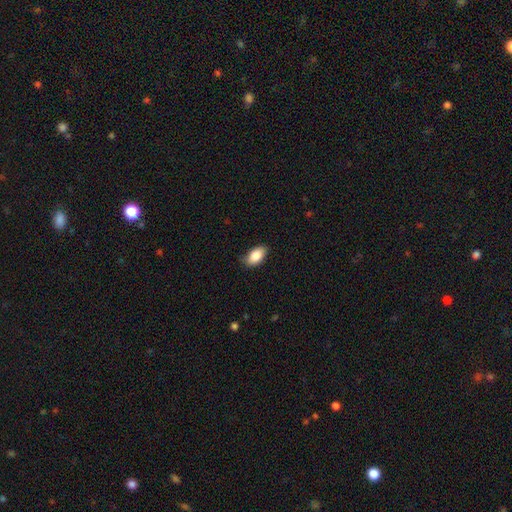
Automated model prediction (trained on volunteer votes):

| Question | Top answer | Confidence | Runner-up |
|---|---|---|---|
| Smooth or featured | smooth | 87% | star or artifact (7%) |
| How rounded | in between | 93% | round (5%) |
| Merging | none | 79% | minor disturbance (17%) |